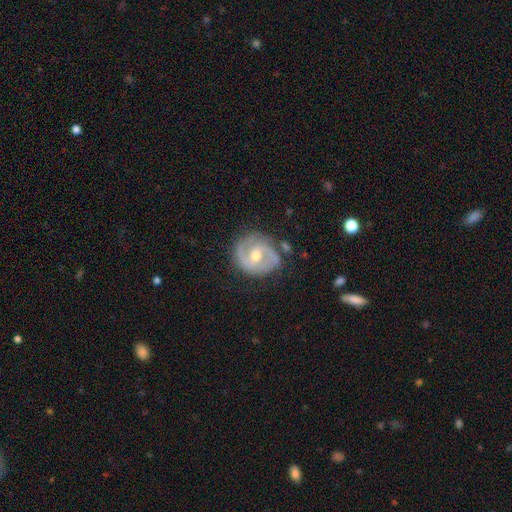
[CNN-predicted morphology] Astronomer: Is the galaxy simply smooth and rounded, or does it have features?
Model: featured or disk — 83%.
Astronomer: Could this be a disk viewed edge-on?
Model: no — 97%.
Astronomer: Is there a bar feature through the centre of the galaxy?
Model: weak — 47% (runner-up: no, 35%).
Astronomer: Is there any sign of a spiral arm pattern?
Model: yes — 91%.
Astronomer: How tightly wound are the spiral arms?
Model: medium — 44% (runner-up: tight, 41%).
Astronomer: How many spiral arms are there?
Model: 2 — 80%.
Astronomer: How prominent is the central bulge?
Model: moderate — 67%.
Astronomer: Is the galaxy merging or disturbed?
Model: none — 73%.